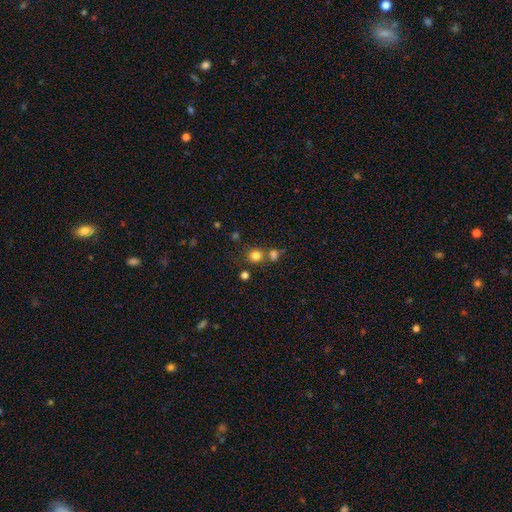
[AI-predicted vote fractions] Smooth or featured? Predicted: smooth (p=0.79). How rounded? Predicted: round (p=0.85). Merging? Predicted: none (p=0.64).